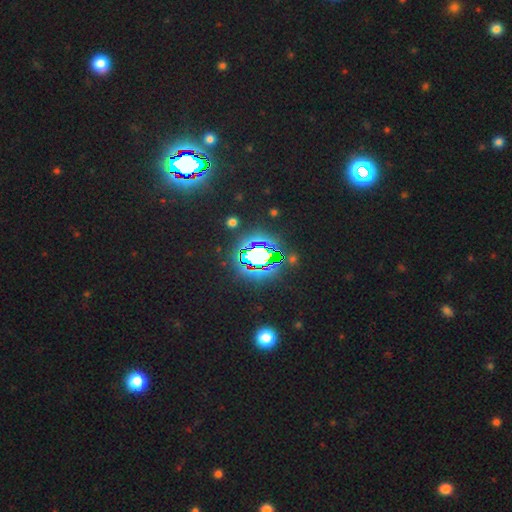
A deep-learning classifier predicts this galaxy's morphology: A star or artifact, not a galaxy (79%).